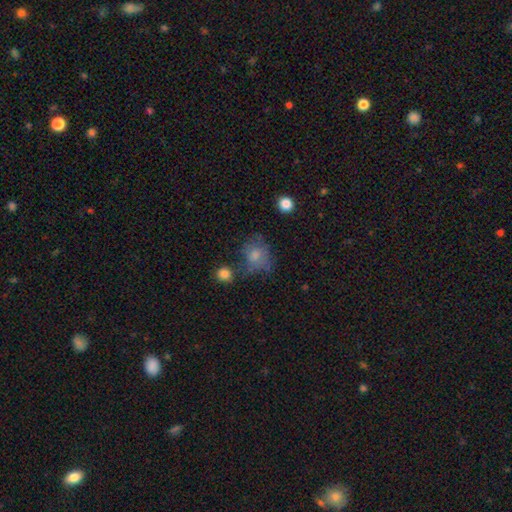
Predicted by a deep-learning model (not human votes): Smooth or featured: smooth — 72% (featured or disk — 17%)
How rounded: round — 60% (in between — 39%)
Merging: none — 48% (minor disturbance — 25%)